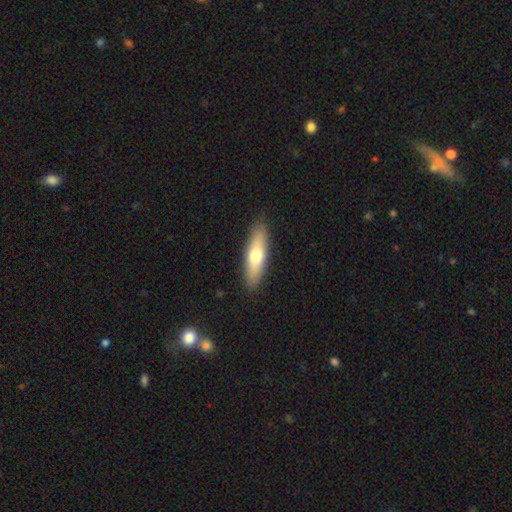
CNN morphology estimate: smooth_or_featured: smooth (p=0.63) [alt: featured or disk p=0.31]
how_rounded: cigar-shaped (p=0.62) [alt: in between p=0.36]
merging: none (p=0.89) [alt: minor disturbance p=0.08]